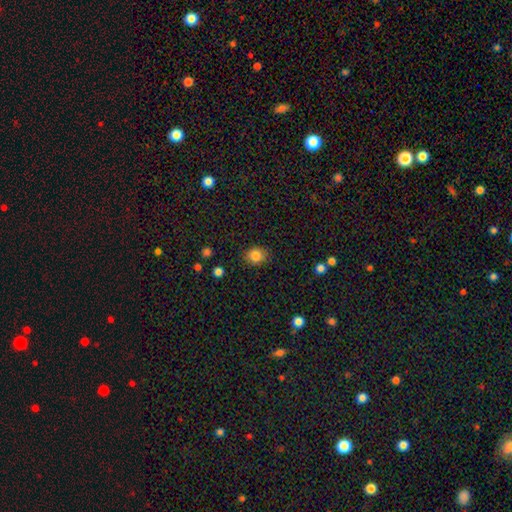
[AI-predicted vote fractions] Smooth or featured: smooth — 85% (star or artifact — 11%)
How rounded: round — 68% (in between — 31%)
Merging: none — 85% (minor disturbance — 11%)